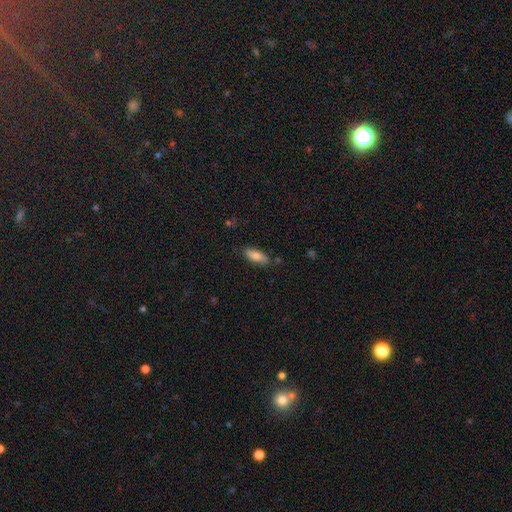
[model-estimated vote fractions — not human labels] smooth 79%, featured or disk 14%, star or artifact 7%. Down the decision tree: how rounded — in between (74%); merging — none (81%).